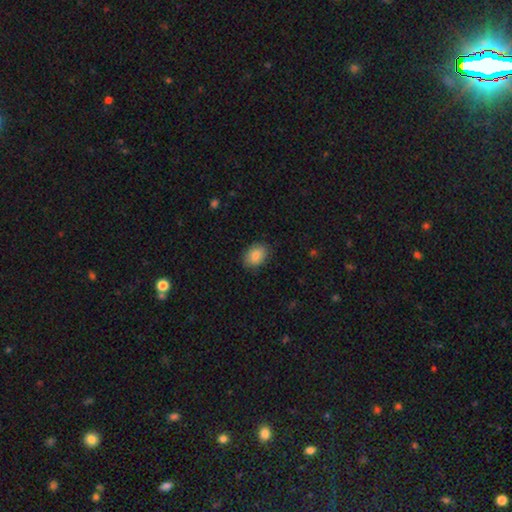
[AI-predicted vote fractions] smooth_or_featured: smooth (p=0.85) [alt: star or artifact p=0.07]
how_rounded: in between (p=0.77) [alt: round p=0.22]
merging: none (p=0.85) [alt: minor disturbance p=0.12]